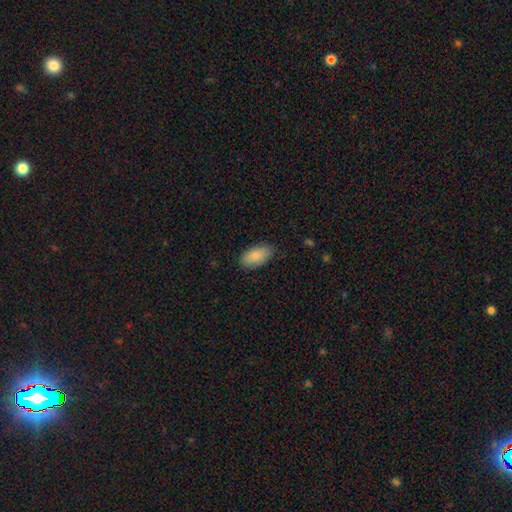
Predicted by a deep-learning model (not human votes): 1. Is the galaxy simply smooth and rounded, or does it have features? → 84% smooth, 9% featured or disk, 7% star or artifact.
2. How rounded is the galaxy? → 93% in between, 4% cigar-shaped, 3% round.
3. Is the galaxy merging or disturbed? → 85% none, 12% minor disturbance, 2% major disturbance, 1% merger.